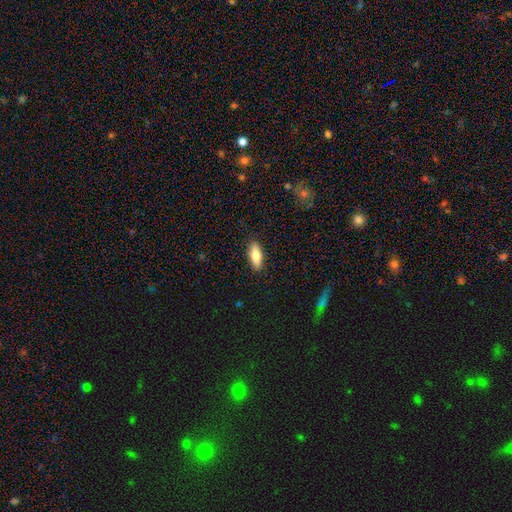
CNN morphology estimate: Smooth or featured? smooth (74%)
How rounded? in between (72%)
Merging? none (89%)